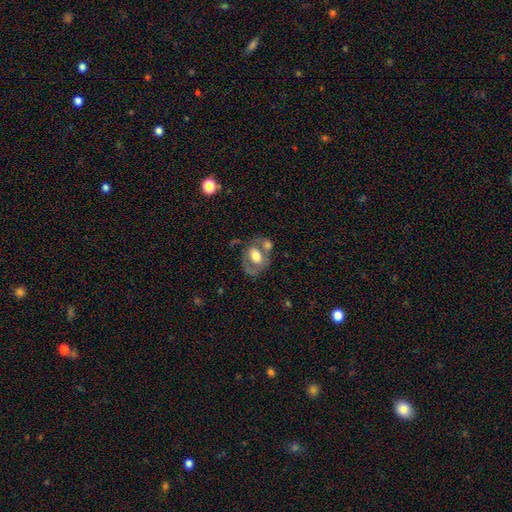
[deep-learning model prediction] Smooth or featured?
  - smooth: 48% *
  - featured or disk: 44%
  - star or artifact: 8%
Merging?
  - none: 40% *
  - merger: 31%
  - minor disturbance: 17%
  - major disturbance: 12%